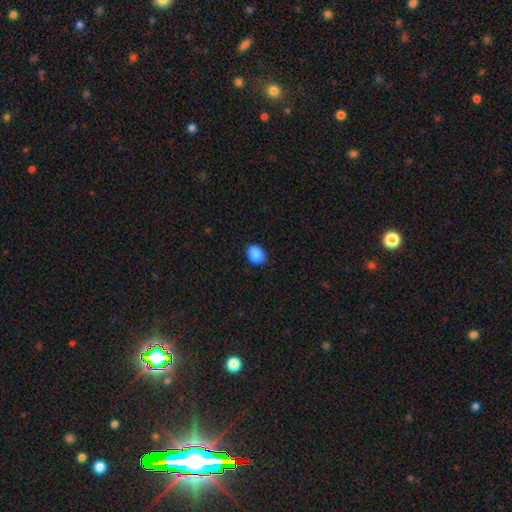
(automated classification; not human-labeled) Morphology: type=smooth (87%); roundness=in between (61%); merging=none (81%).